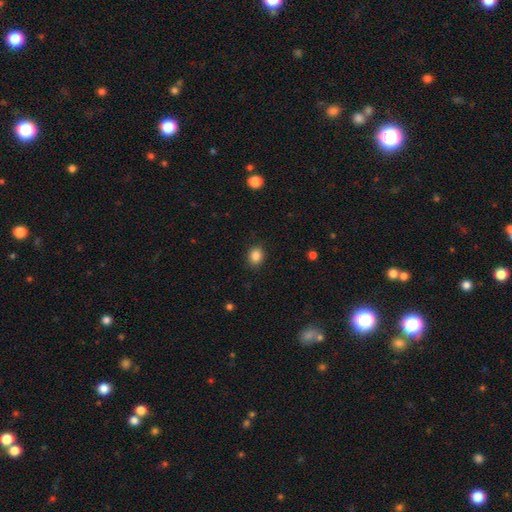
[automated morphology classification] smooth 85%, star or artifact 10%, featured or disk 4%. Down the decision tree: how rounded — round (64%); merging — none (89%).